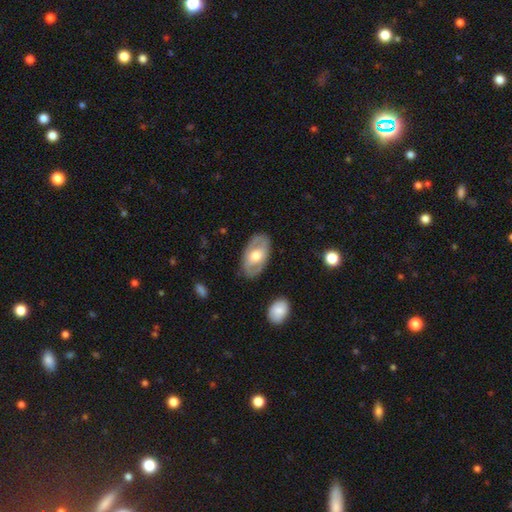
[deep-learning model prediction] This appears to be a featured or disk galaxy (54%). Merging: none (82%).